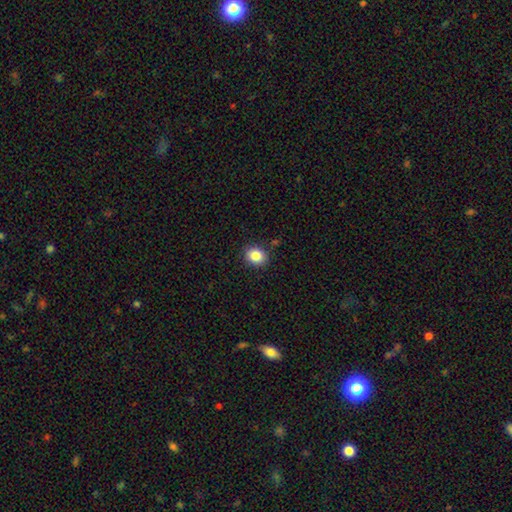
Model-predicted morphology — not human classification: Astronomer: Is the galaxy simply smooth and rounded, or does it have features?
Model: smooth — 85%.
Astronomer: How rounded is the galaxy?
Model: round — 64%.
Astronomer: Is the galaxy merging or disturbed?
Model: none — 87%.